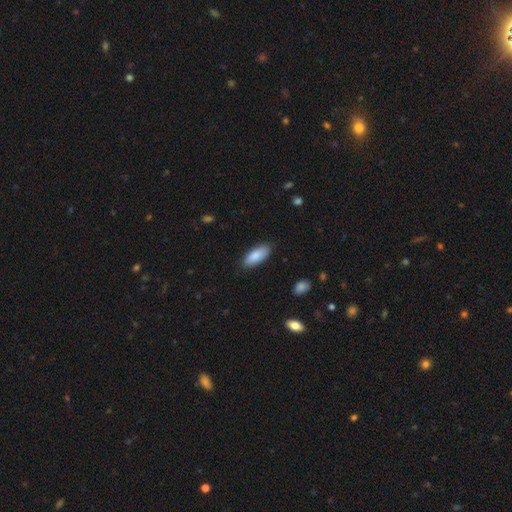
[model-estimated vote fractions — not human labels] Morphology: type=smooth (87%); roundness=in between (80%); merging=none (85%).